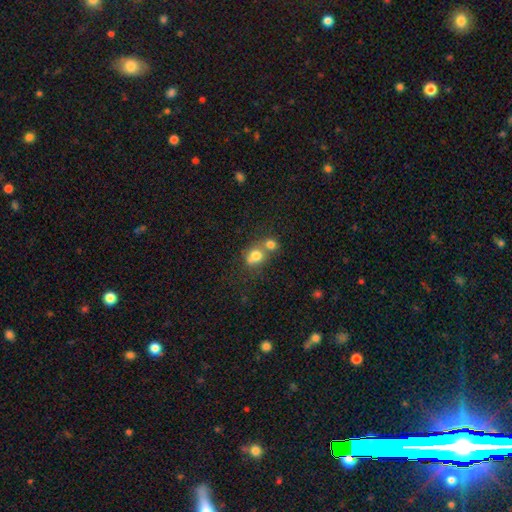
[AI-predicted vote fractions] Morphology: type=smooth (75%); roundness=round (64%); merging=merger (56%).